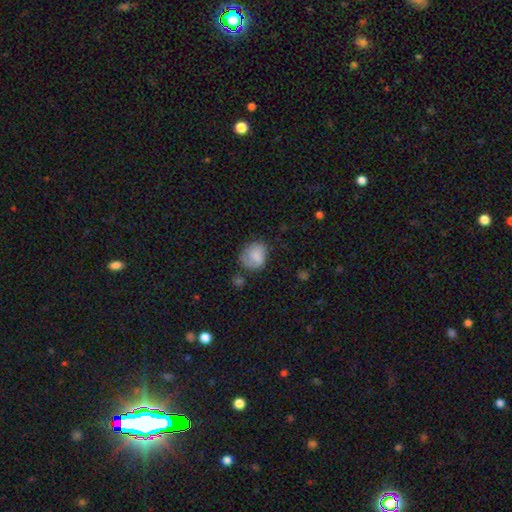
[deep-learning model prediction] smooth_or_featured: smooth (p=0.63) [alt: featured or disk p=0.29]
how_rounded: round (p=0.64) [alt: in between p=0.35]
merging: none (p=0.54) [alt: minor disturbance p=0.27]